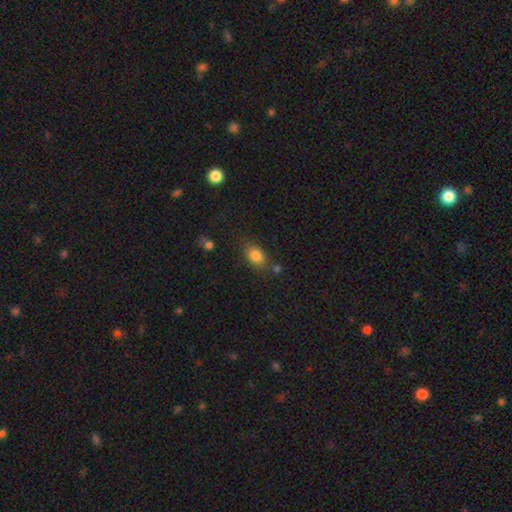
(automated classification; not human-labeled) The model was most divided on "merging": none: 69%, minor disturbance: 18%, merger: 8%, major disturbance: 5%. More confident: smooth or featured — smooth (82%); how rounded — in between (75%).